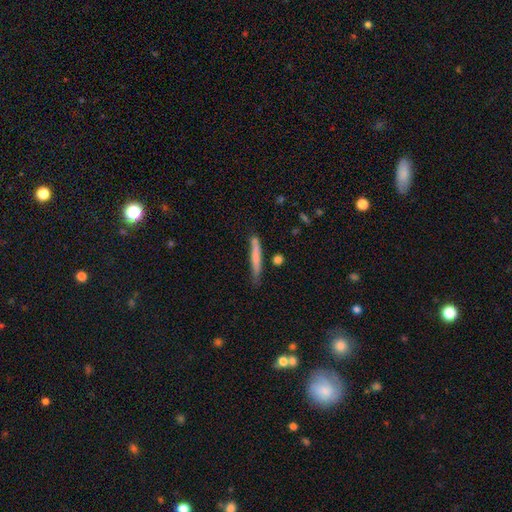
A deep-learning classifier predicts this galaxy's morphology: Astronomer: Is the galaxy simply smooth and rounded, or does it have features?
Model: smooth — 69%.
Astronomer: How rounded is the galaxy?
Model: cigar-shaped — 95%.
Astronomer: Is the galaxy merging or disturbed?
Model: none — 74%.